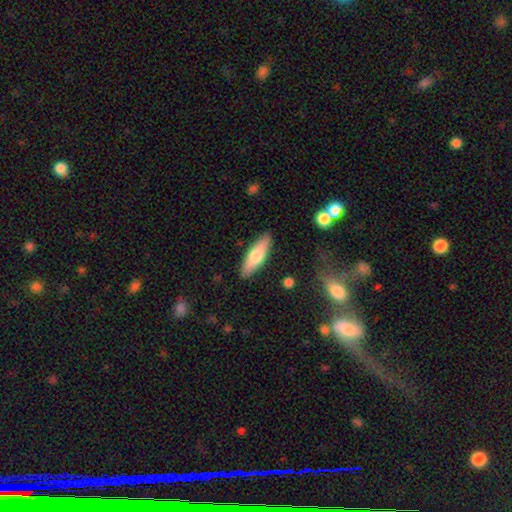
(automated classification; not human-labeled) Smooth or featured? Predicted: smooth (p=0.66). How rounded? Predicted: cigar-shaped (p=0.54). Merging? Predicted: none (p=0.88).